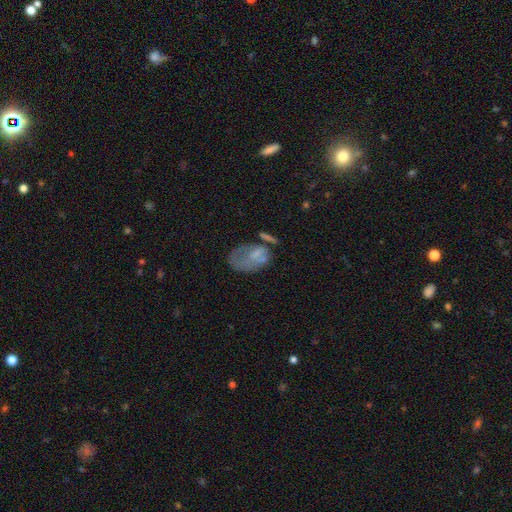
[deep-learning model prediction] A smooth galaxy with no disk features (50%) that is in between round and cigar-shaped (86%).

Vote fractions:
- Smooth or featured? smooth: 50% / featured or disk: 38% / star or artifact: 12%
- How rounded? in between: 86% / round: 12% / cigar-shaped: 2%
- Merging? major disturbance: 37% / none: 27% / minor disturbance: 23% / merger: 13%